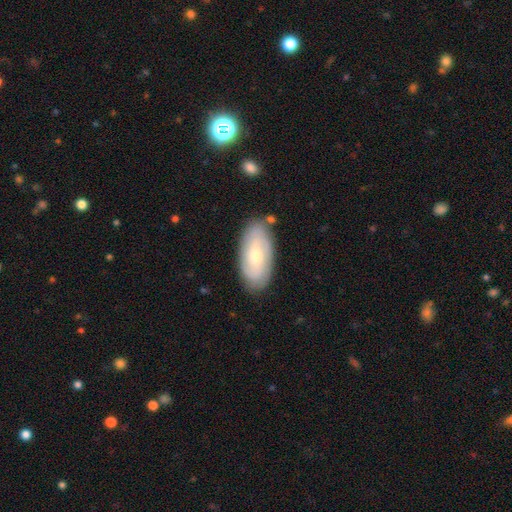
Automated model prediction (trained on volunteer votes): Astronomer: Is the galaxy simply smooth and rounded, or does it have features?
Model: featured or disk — 52% (runner-up: smooth, 42%).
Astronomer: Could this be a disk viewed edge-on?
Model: no — 90%.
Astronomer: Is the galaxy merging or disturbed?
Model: none — 80%.